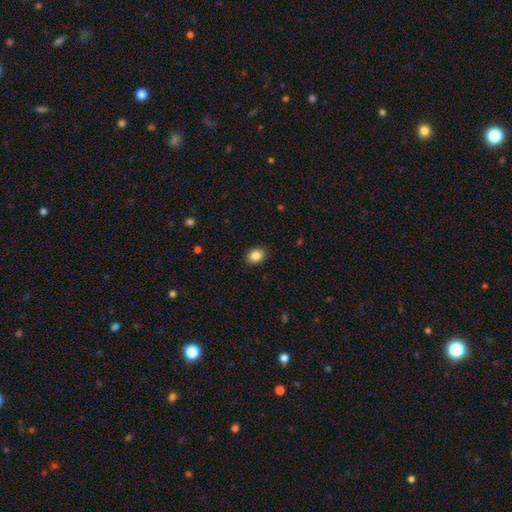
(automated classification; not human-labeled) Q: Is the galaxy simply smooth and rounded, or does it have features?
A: smooth — 86%.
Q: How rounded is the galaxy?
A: in between — 57%.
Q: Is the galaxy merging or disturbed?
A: none — 89%.